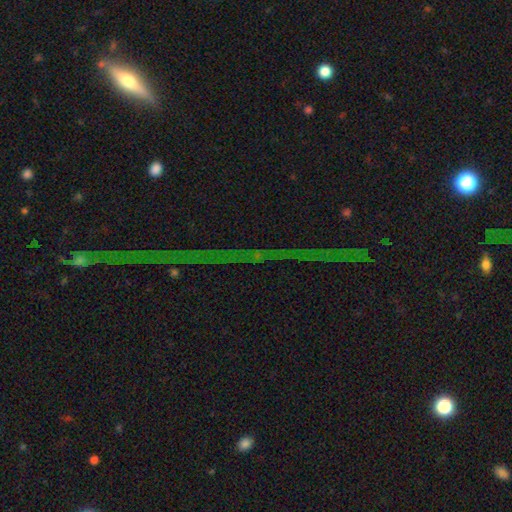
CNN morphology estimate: smooth-or-featured: star or artifact: 70% | featured or disk: 19% | smooth: 11%